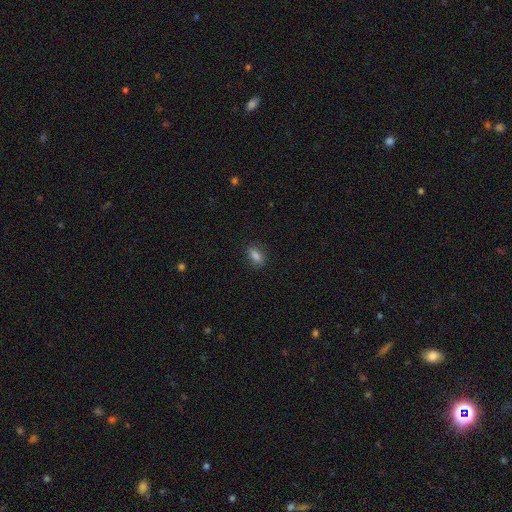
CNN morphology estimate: smooth-or-featured: smooth: 85% | star or artifact: 10% | featured or disk: 6%
  how-rounded: in between: 82% | cigar-shaped: 11% | round: 7%
  merging: none: 85% | minor disturbance: 11% | major disturbance: 3% | merger: 1%